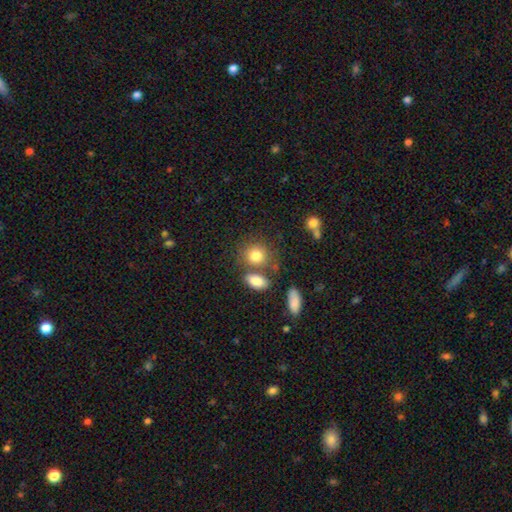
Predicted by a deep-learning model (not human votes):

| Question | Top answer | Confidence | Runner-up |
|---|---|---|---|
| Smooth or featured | smooth | 81% | star or artifact (10%) |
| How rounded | round | 68% | in between (30%) |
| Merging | none | 60% | merger (22%) |